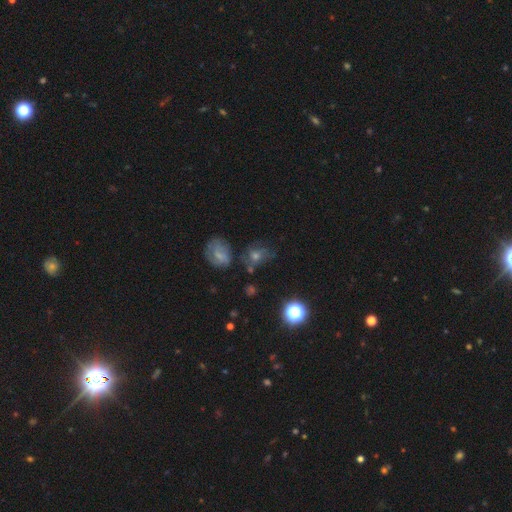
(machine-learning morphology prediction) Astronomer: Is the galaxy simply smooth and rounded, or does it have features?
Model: smooth — 43% (runner-up: star or artifact, 30%).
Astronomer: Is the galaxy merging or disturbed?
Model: none — 56%.